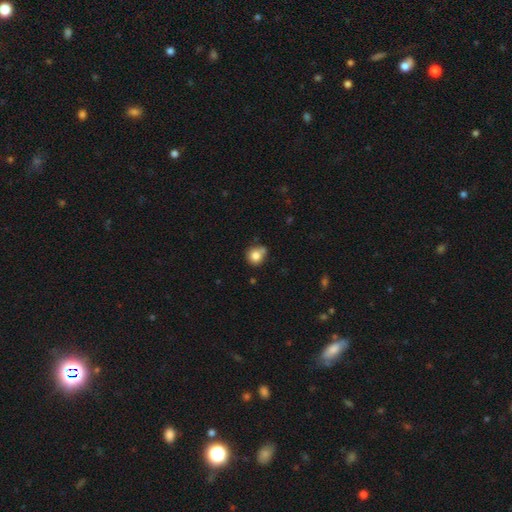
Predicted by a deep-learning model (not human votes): smooth_or_featured: smooth (p=0.80) [alt: star or artifact p=0.11]
how_rounded: round (p=0.85) [alt: in between p=0.14]
merging: none (p=0.60) [alt: minor disturbance p=0.22]